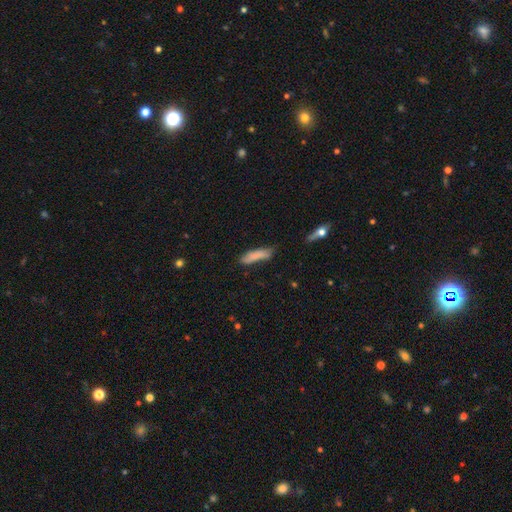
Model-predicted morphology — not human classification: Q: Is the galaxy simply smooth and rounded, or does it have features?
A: smooth — 80%.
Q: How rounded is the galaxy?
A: cigar-shaped — 69%.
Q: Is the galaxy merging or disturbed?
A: none — 60%.